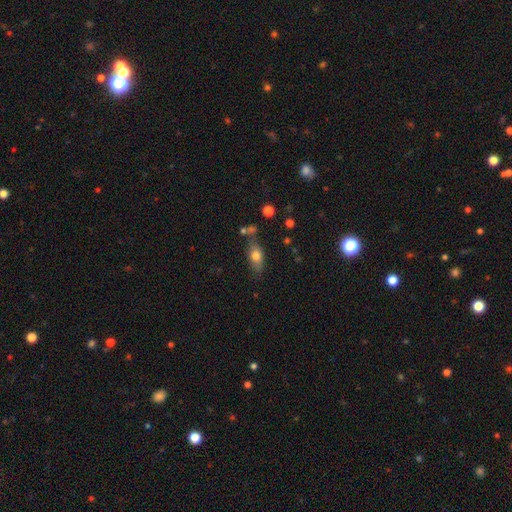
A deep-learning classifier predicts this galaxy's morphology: Q: Smooth or featured?
A: smooth (73%); runner-up: featured or disk (19%)
Q: How rounded?
A: in between (80%); runner-up: cigar-shaped (11%)
Q: Merging?
A: none (66%); runner-up: minor disturbance (19%)